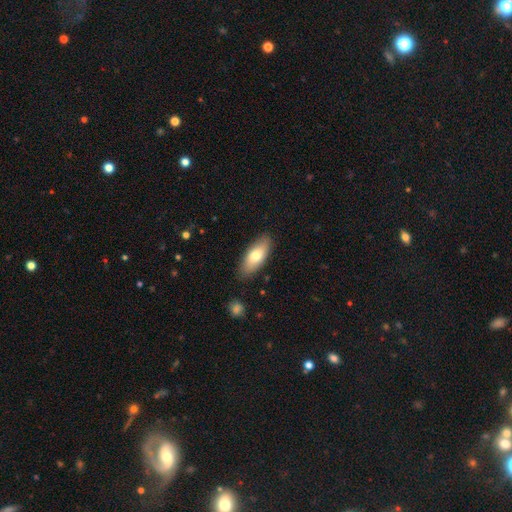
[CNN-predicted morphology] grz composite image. It shows a smooth galaxy with no disk features (73%) that is in between round and cigar-shaped (79%). Merging: none (85%).